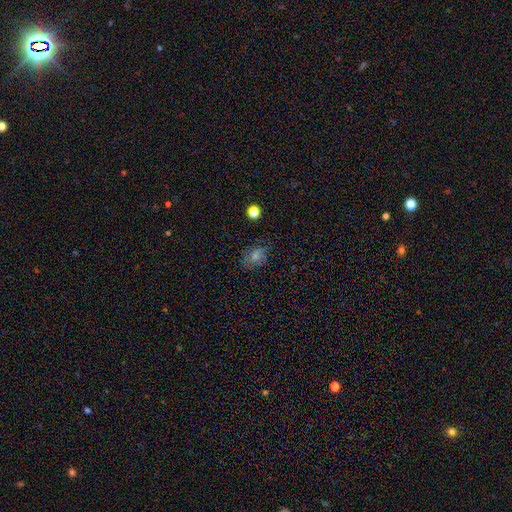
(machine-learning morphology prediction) type=smooth (50%); roundness=in between (62%); merging=none (72%).